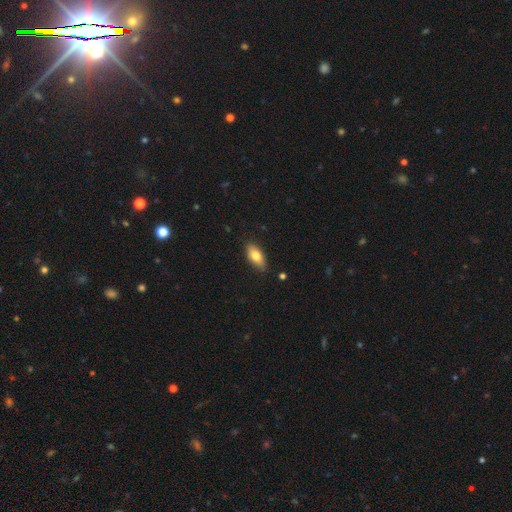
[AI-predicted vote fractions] A smooth galaxy with no disk features (77%) that is in between round and cigar-shaped (85%). Merging: none (83%).